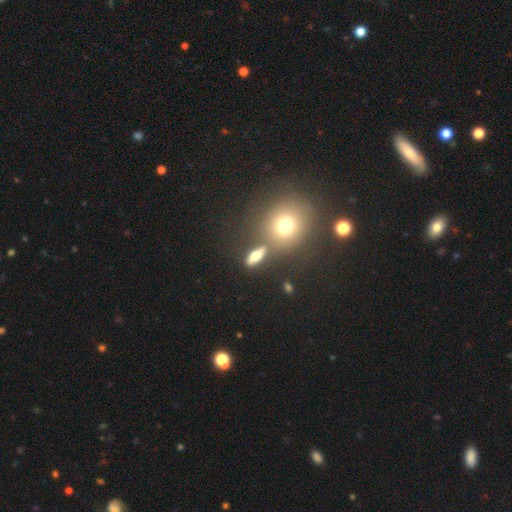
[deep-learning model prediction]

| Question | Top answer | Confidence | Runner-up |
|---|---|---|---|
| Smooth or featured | smooth | 66% | featured or disk (21%) |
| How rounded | in between | 48% | cigar-shaped (33%) |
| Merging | none | 71% | merger (12%) |